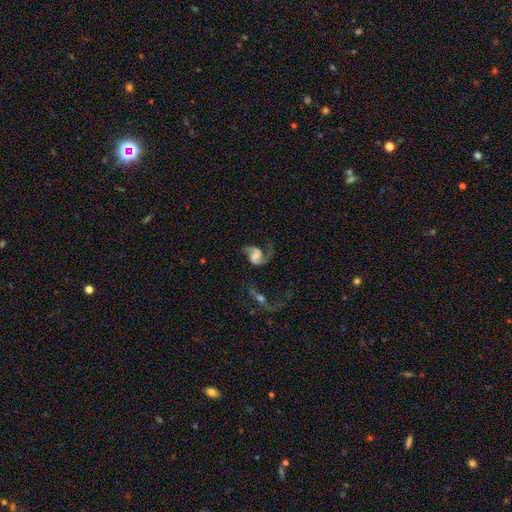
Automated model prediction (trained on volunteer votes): Q: Smooth or featured?
A: featured or disk (85%); runner-up: smooth (9%)
Q: Edge-on disk?
A: no (98%); runner-up: yes (2%)
Q: Bar?
A: weak (45%); runner-up: no (41%)
Q: Spiral arms?
A: yes (96%); runner-up: no (4%)
Q: Spiral winding?
A: loose (52%); runner-up: medium (40%)
Q: Spiral arm count?
A: 2 (86%); runner-up: 1 (8%)
Q: Bulge size?
A: moderate (32%); runner-up: small (30%)
Q: Merging?
A: none (50%); runner-up: major disturbance (25%)